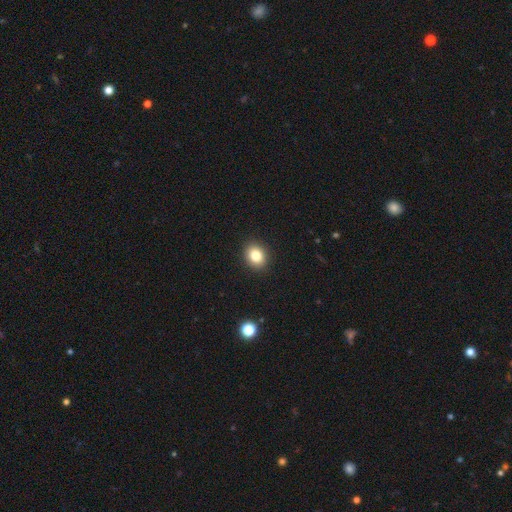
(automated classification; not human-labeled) smooth-or-featured: smooth: 82% | star or artifact: 10% | featured or disk: 7%
  how-rounded: round: 59% | in between: 40% | cigar-shaped: 1%
  merging: none: 91% | minor disturbance: 6% | major disturbance: 2% | merger: 1%